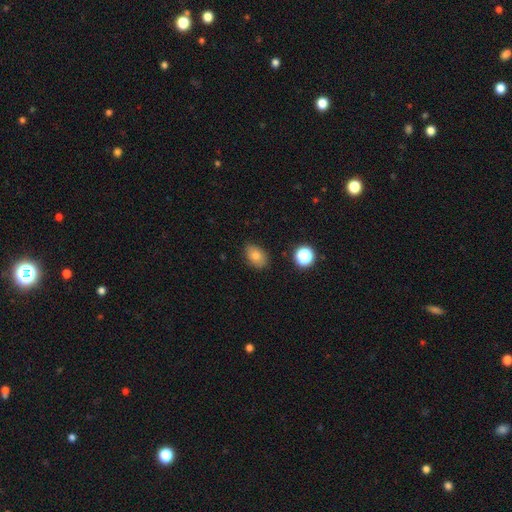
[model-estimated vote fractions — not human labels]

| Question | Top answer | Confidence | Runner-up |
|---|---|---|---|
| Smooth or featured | smooth | 80% | star or artifact (11%) |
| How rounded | in between | 80% | round (18%) |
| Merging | none | 81% | minor disturbance (15%) |